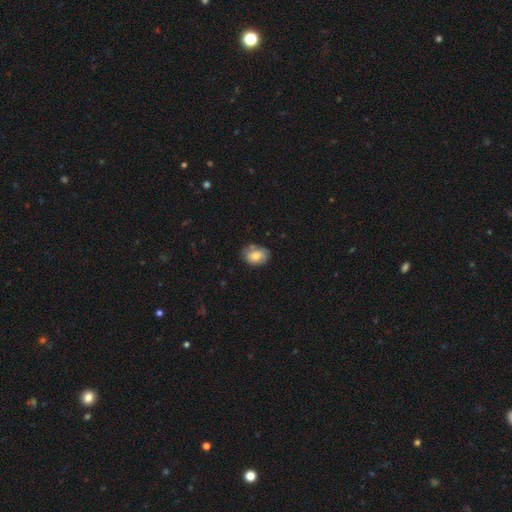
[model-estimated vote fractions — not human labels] The model was most divided on "merging": none: 67%, minor disturbance: 25%, major disturbance: 5%, merger: 3%. More confident: smooth or featured — smooth (77%); how rounded — in between (75%).